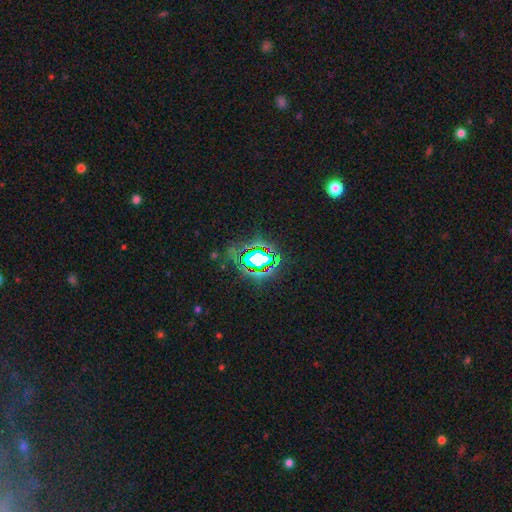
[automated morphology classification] type=star or artifact (73%).